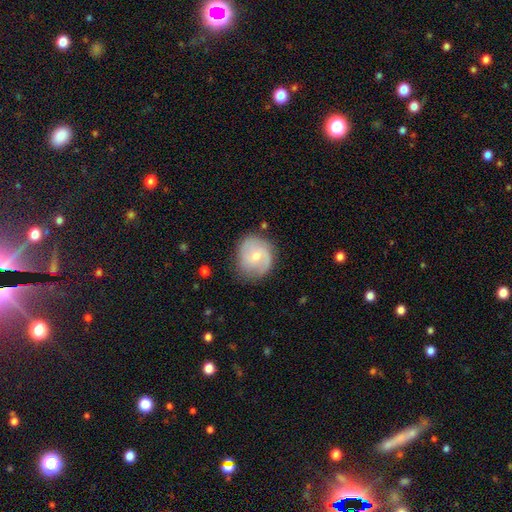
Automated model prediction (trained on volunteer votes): This is likely a featured or disk galaxy (62%). It is clearly not viewed edge-on (98%). Bar: possibly no (50%). Spiral arm pattern: clearly yes (88%). Spiral arm count: likely 2 (62%). Spiral winding: marginally medium (45%). Central bulge: possibly small (55%). Merging: likely none (73%).